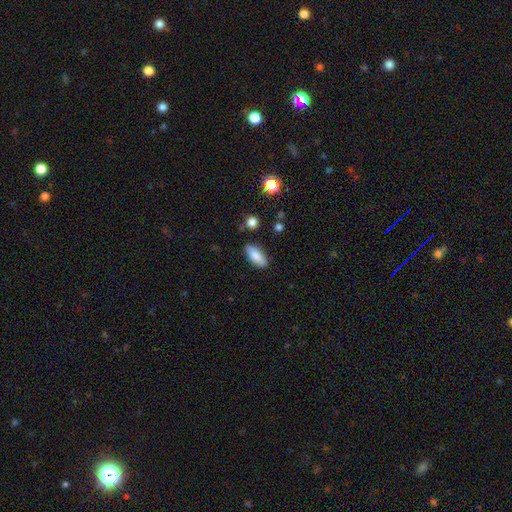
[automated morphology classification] Smooth or featured: smooth — 82% (featured or disk — 11%)
How rounded: in between — 77% (cigar-shaped — 21%)
Merging: none — 83% (minor disturbance — 12%)